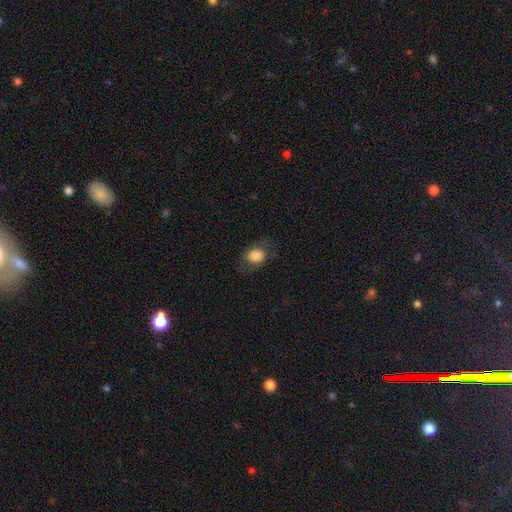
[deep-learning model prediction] The model was most divided on "how rounded": in between: 56%, round: 42%, cigar-shaped: 1%. More confident: smooth or featured — smooth (81%); merging — none (70%).